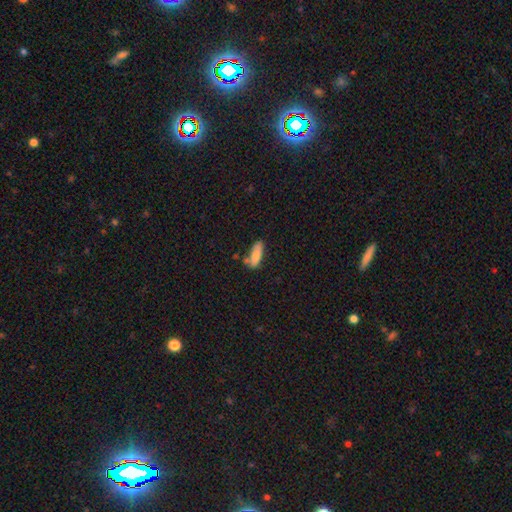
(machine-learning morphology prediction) Smooth or featured? smooth (82%)
How rounded? in between (61%)
Merging? none (56%)